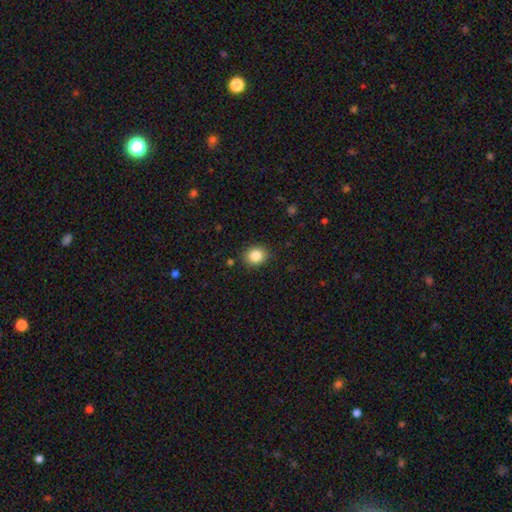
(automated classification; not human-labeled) Smooth or featured? Predicted: smooth (p=0.85). How rounded? Predicted: round (p=0.70). Merging? Predicted: none (p=0.88).